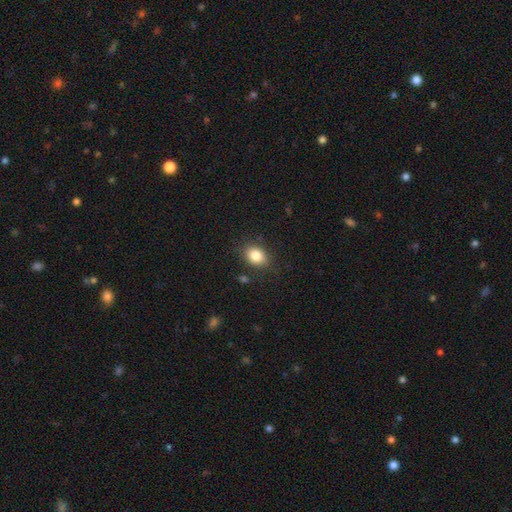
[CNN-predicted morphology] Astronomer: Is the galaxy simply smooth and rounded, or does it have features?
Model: smooth — 84%.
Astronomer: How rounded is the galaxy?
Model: in between — 63%.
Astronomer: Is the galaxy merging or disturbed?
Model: none — 83%.